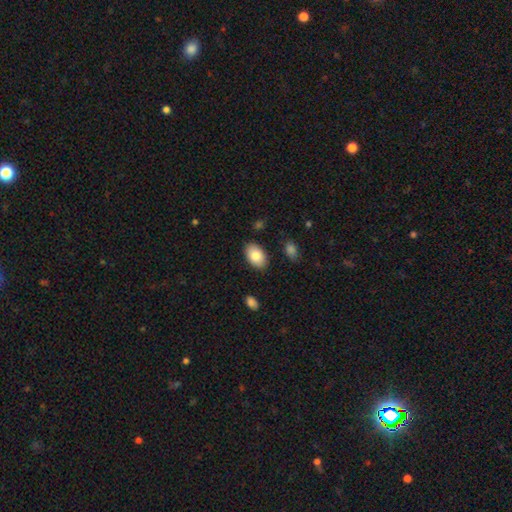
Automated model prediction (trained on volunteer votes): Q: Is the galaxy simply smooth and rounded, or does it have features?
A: smooth — 83%.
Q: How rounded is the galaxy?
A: in between — 91%.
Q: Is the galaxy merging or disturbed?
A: none — 86%.